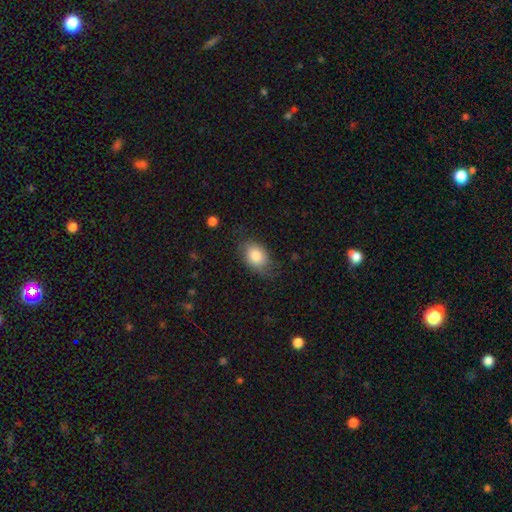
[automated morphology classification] This is likely a smooth galaxy (79%). How rounded: likely in between (80%). Merging: likely none (62%).